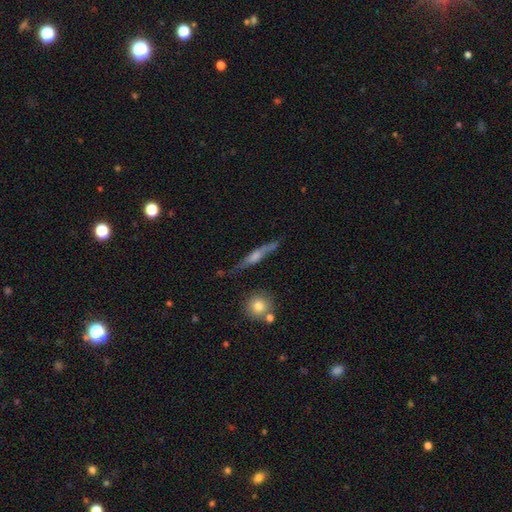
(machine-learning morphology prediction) The model was most divided on "edge-on bulge": rounded: 59%, boxy: 23%, none: 19%. More confident: edge-on disk — yes (90%); merging — none (72%); smooth or featured — featured or disk (65%).